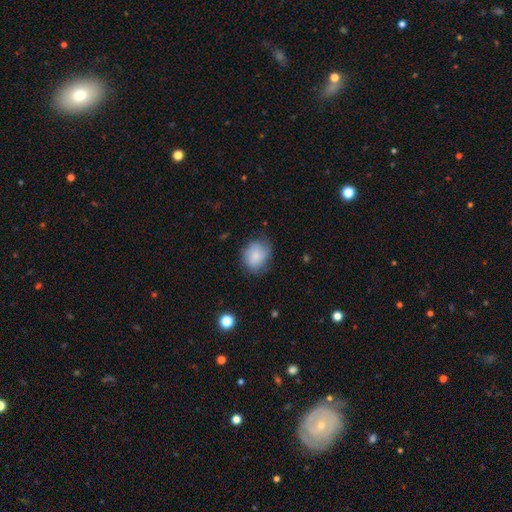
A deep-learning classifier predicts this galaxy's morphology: Overall: smooth (78%). How rounded: round (61%; in between 38%). Merging: none (66%).